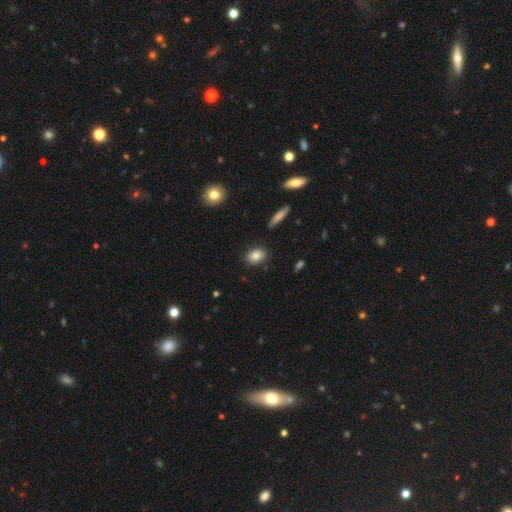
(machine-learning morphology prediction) This appears to be a smooth galaxy with no disk features (83%) that is in between round and cigar-shaped (77%). Merging: none (84%).